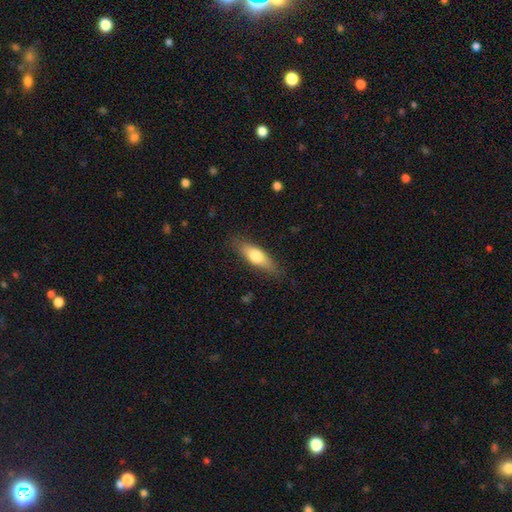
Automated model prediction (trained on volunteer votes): Q: Smooth or featured?
A: smooth (70%); runner-up: featured or disk (24%)
Q: How rounded?
A: in between (53%); runner-up: cigar-shaped (44%)
Q: Merging?
A: none (80%); runner-up: minor disturbance (15%)